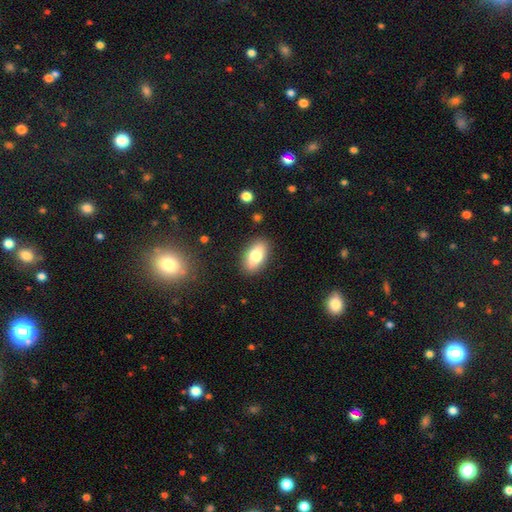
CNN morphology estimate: Overall: smooth (76%). How rounded: in between (89%). Merging: none (87%).